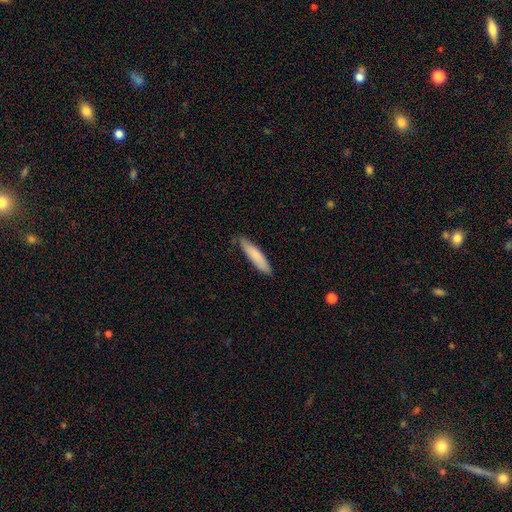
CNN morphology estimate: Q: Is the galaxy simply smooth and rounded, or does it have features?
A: smooth — 82%.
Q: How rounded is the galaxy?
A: cigar-shaped — 82%.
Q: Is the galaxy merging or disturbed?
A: none — 80%.